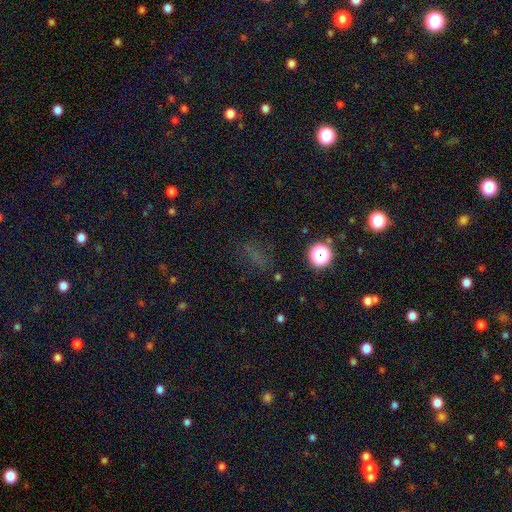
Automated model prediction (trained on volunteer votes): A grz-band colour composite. It shows a star or artifact, not a galaxy (45%).